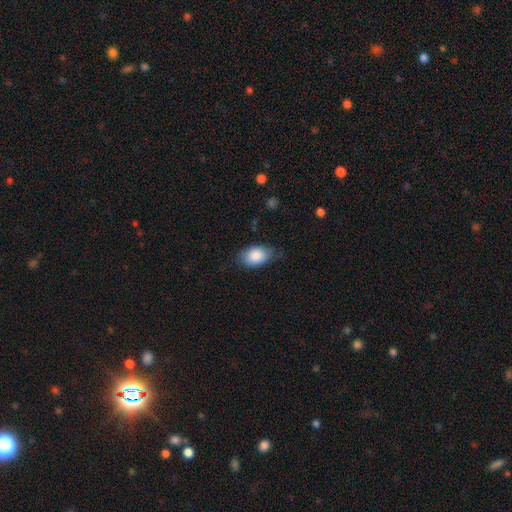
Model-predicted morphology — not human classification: A smooth galaxy with no disk features (85%) that is in between round and cigar-shaped (87%).

Vote fractions:
- Smooth or featured? smooth: 85% / featured or disk: 8% / star or artifact: 7%
- How rounded? in between: 87% / round: 11% / cigar-shaped: 2%
- Merging? none: 69% / minor disturbance: 24% / major disturbance: 6% / merger: 1%